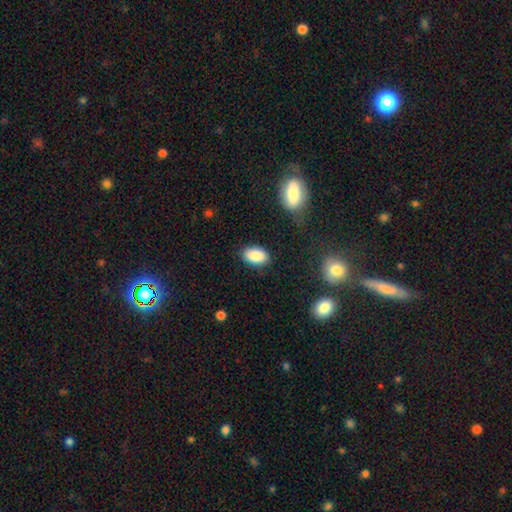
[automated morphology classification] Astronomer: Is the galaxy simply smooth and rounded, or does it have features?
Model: smooth — 88%.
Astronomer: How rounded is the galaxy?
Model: in between — 91%.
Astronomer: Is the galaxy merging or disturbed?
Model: none — 84%.